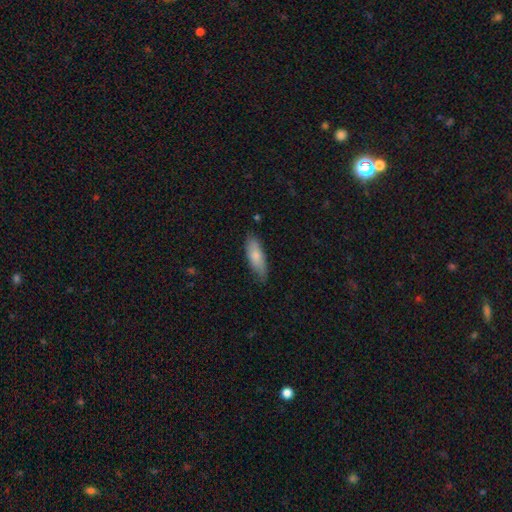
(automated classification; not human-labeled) Smooth or featured?
  - smooth: 77% *
  - featured or disk: 17%
  - star or artifact: 6%
How rounded?
  - in between: 65% *
  - cigar-shaped: 34%
  - round: 2%
Merging?
  - none: 70% *
  - minor disturbance: 25%
  - major disturbance: 4%
  - merger: 1%